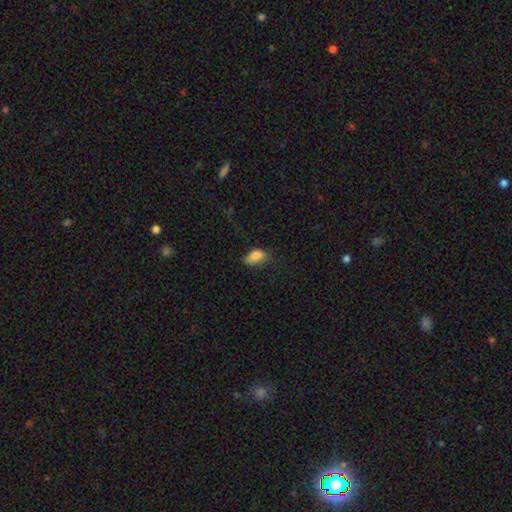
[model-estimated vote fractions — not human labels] Morphology: type=smooth (85%); roundness=in between (88%); merging=none (55%).